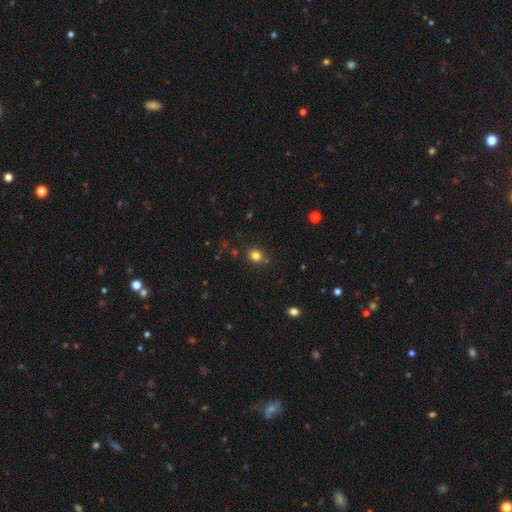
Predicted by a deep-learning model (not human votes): Smooth or featured? Predicted: smooth (p=0.80). How rounded? Predicted: round (p=0.80). Merging? Predicted: none (p=0.85).